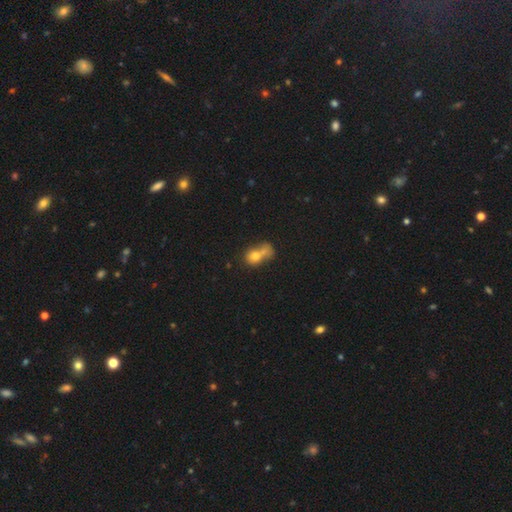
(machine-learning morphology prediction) The model was most divided on "how rounded": round: 52%, in between: 46%, cigar-shaped: 2%. More confident: smooth or featured — smooth (71%); merging — merger (58%).